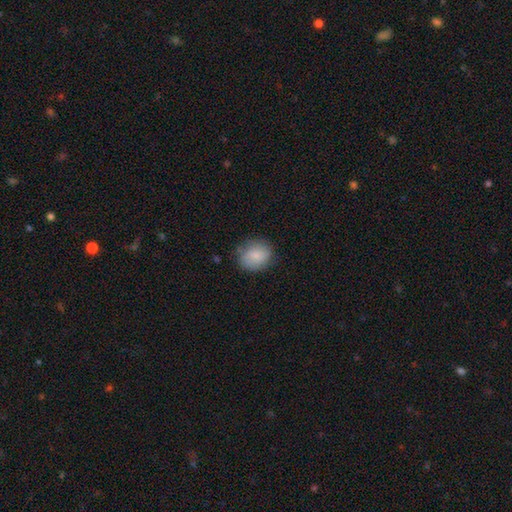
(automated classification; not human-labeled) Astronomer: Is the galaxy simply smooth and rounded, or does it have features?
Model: smooth — 82%.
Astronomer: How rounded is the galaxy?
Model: round — 70%.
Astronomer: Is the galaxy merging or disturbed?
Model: none — 77%.